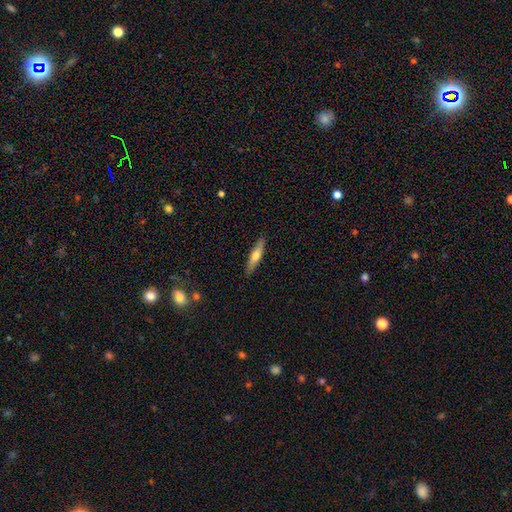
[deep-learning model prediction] Smooth or featured? Predicted: smooth (p=0.56). How rounded? Predicted: cigar-shaped (p=0.80). Merging? Predicted: none (p=0.88).